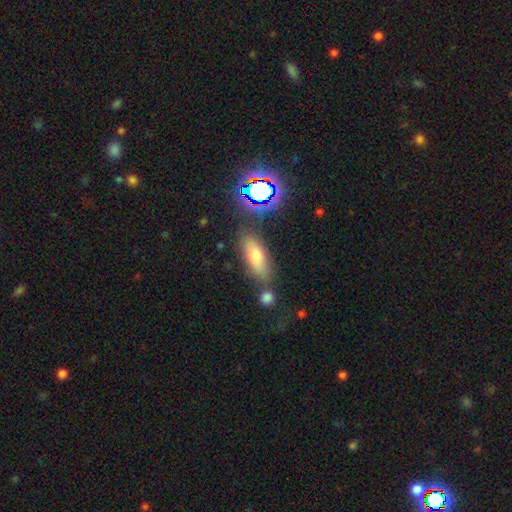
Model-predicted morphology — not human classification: Smooth or featured? Predicted: smooth (p=0.59). How rounded? Predicted: in between (p=0.61). Merging? Predicted: none (p=0.74).